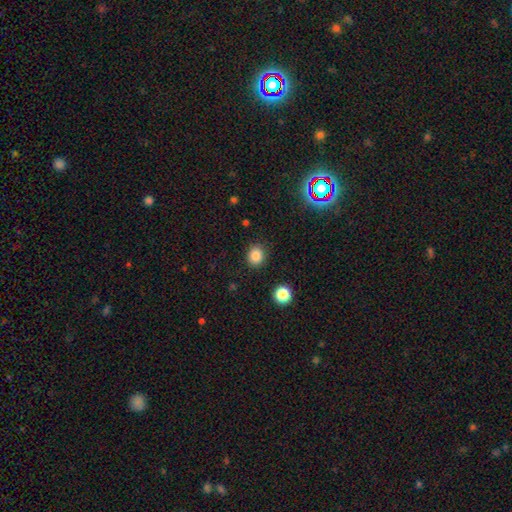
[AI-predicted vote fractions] Smooth or featured: smooth — 85% (star or artifact — 11%)
How rounded: round — 70% (in between — 30%)
Merging: none — 87% (minor disturbance — 9%)